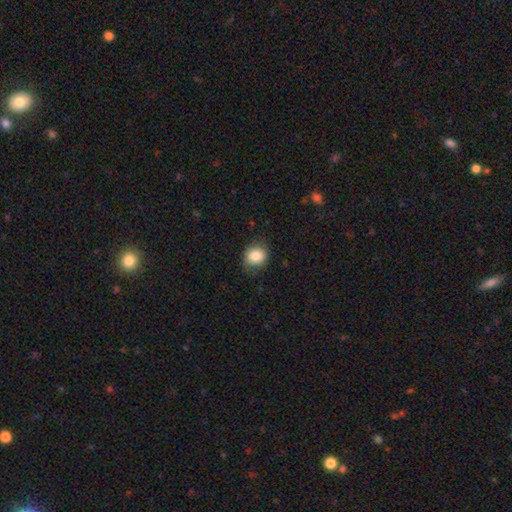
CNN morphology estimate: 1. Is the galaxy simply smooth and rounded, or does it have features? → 84% smooth, 9% star or artifact, 7% featured or disk.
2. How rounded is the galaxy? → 73% round, 26% in between, 1% cigar-shaped.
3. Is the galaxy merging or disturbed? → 79% none, 17% minor disturbance, 4% major disturbance, 1% merger.